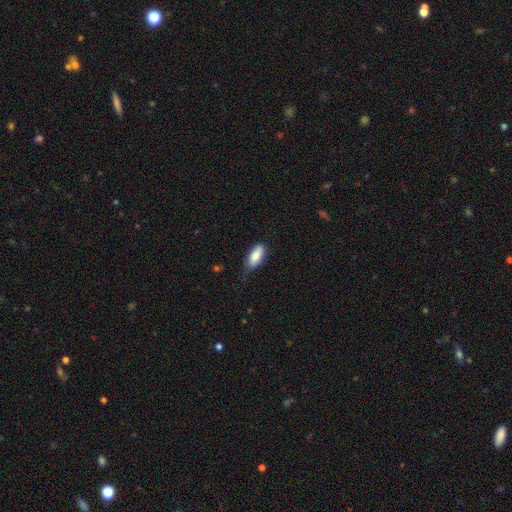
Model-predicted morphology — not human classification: type=smooth (81%); roundness=in between (85%); merging=none (52%).